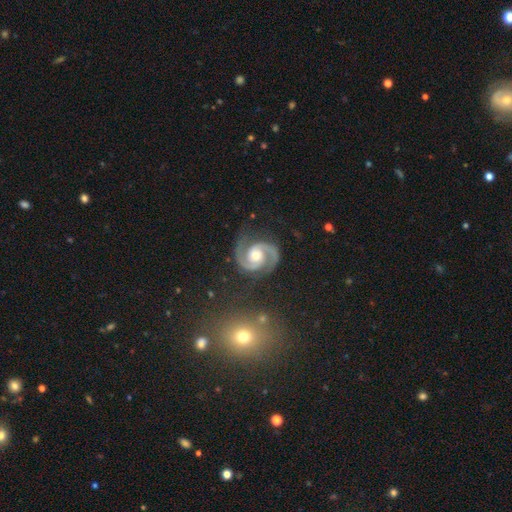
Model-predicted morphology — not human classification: featured or disk 93%, star or artifact 4%, smooth 3%. Down the decision tree: edge-on disk — no (98%); bar — no (62%); spiral arms — yes (99%); spiral arm count — 2 (95%); spiral winding — medium (54%); bulge size — moderate (69%); merging — none (83%).